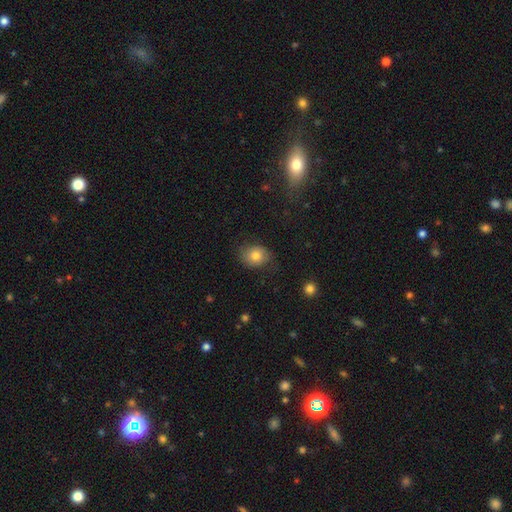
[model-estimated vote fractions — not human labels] Smooth or featured? Predicted: smooth (p=0.76). How rounded? Predicted: round (p=0.54). Merging? Predicted: none (p=0.73).